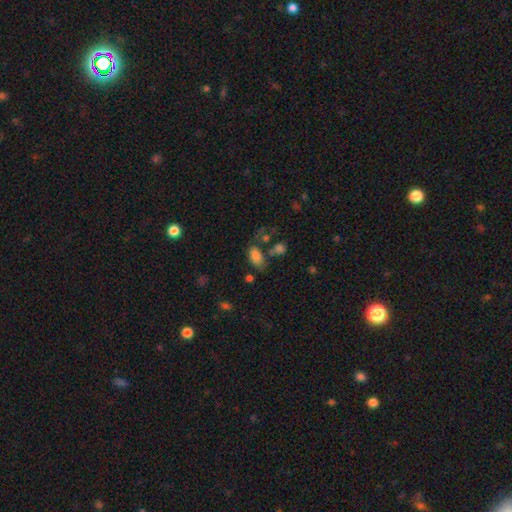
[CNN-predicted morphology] smooth 79%, featured or disk 10%, star or artifact 10%. Down the decision tree: how rounded — in between (91%); merging — none (55%).